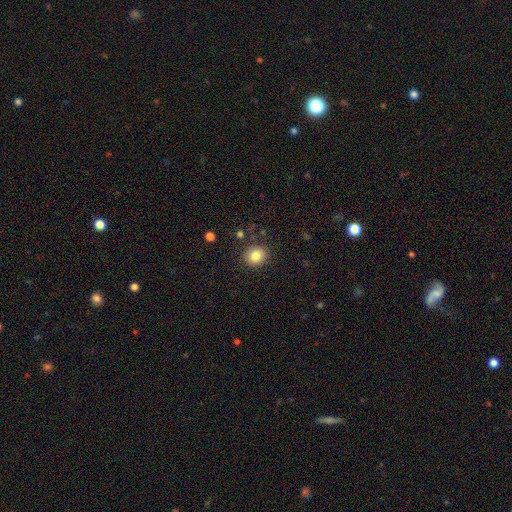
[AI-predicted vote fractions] Smooth or featured? smooth (83%)
How rounded? round (79%)
Merging? none (87%)